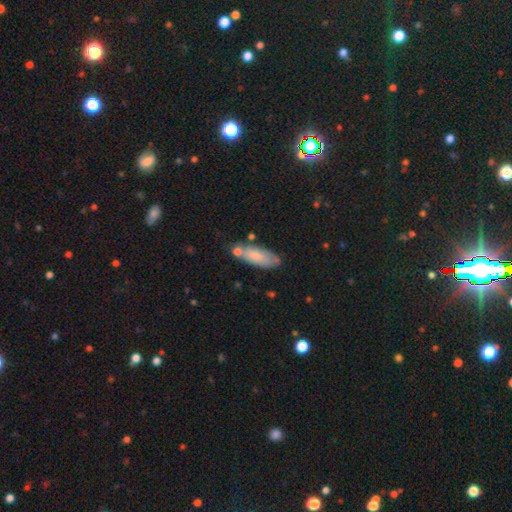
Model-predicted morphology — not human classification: smooth_or_featured: smooth (p=0.74) [alt: featured or disk p=0.20]
how_rounded: in between (p=0.70) [alt: cigar-shaped p=0.28]
merging: none (p=0.62) [alt: minor disturbance p=0.21]